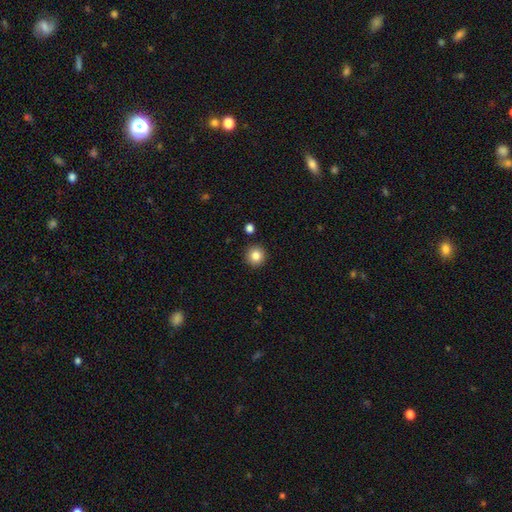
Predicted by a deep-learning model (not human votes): Smooth or featured: smooth — 84% (star or artifact — 10%)
How rounded: round — 94% (in between — 5%)
Merging: none — 91% (minor disturbance — 5%)